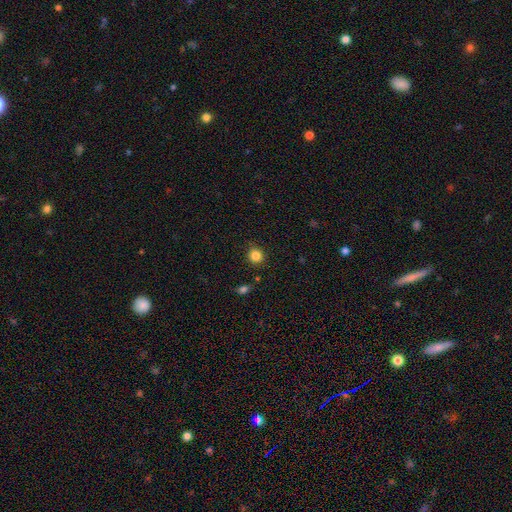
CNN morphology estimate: Smooth or featured? smooth (84%)
How rounded? round (91%)
Merging? none (86%)